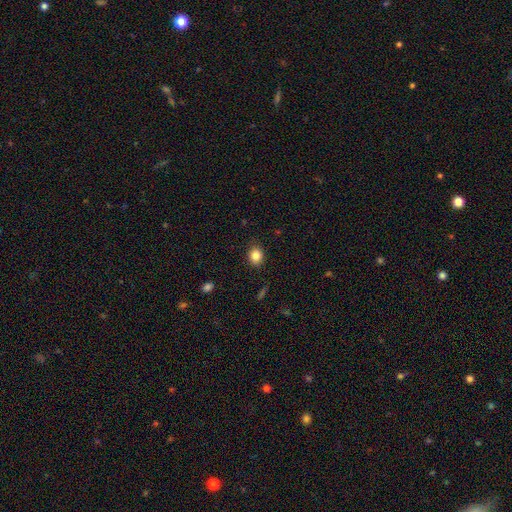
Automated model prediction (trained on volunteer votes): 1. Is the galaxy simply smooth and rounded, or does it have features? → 85% smooth, 10% star or artifact, 5% featured or disk.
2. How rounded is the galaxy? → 60% round, 39% in between, 1% cigar-shaped.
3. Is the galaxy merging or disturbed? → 87% none, 10% minor disturbance, 3% major disturbance, 1% merger.